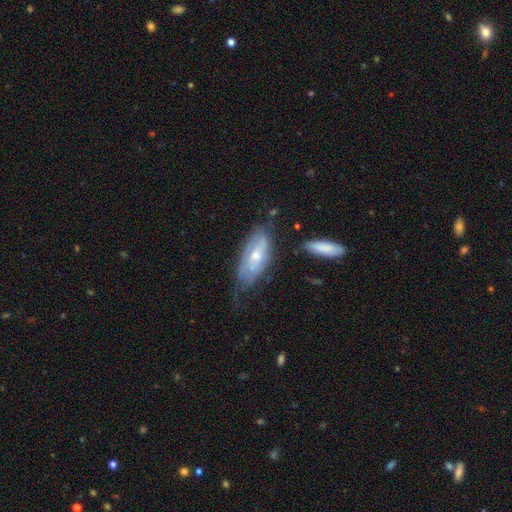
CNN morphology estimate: A featured or disk galaxy (58%). Merging: none (47%).